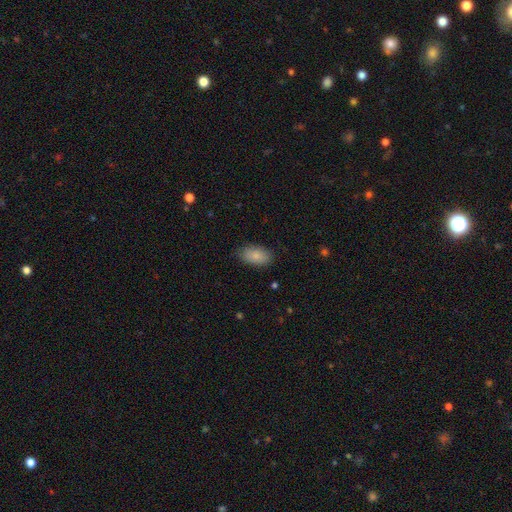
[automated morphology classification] Overall: smooth (86%). How rounded: in between (94%). Merging: none (84%).